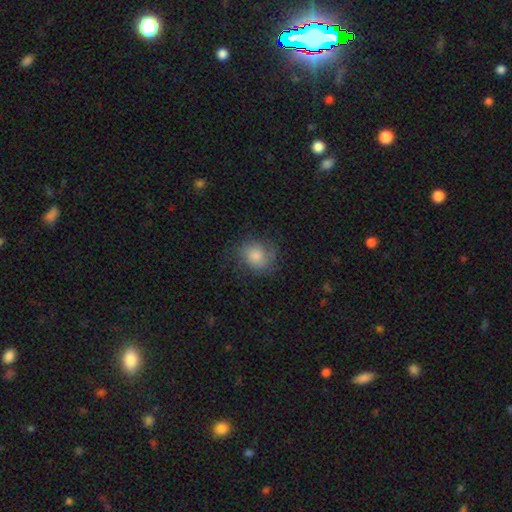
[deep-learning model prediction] Morphology: type=smooth (74%); roundness=round (68%); merging=none (68%).